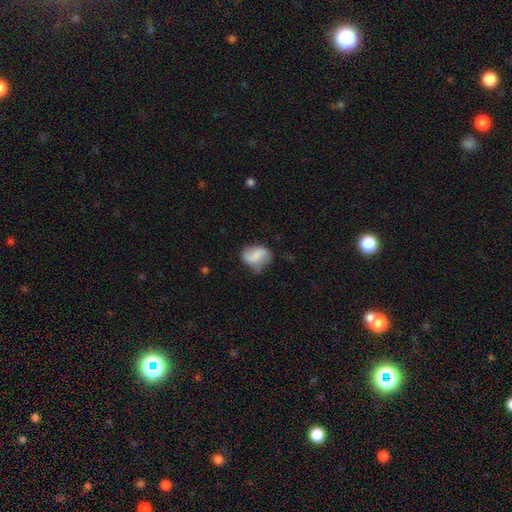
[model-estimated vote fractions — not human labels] This is possibly a smooth galaxy (55%). How rounded: likely in between (66%). Merging: possibly none (54%).